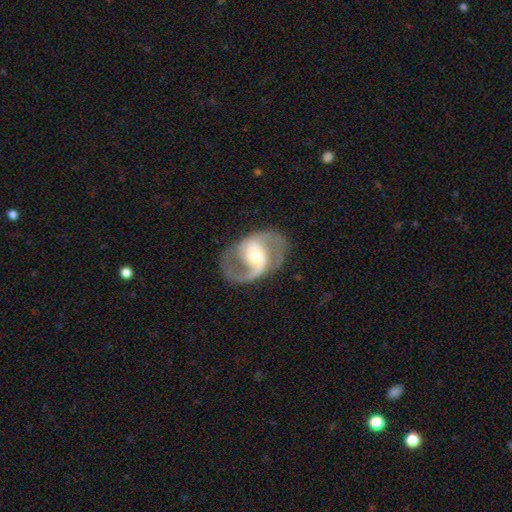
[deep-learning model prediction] A featured or disk galaxy (88%) with a weak bar (40%), 2 (89%) medium (53%) spiral arms (94%) and a moderate central bulge (51%).

Vote fractions:
- Smooth or featured? featured or disk: 88% / smooth: 8% / star or artifact: 5%
- Edge-on disk? no: 97% / yes: 3%
- Bar? weak: 40% / strong: 33% / no: 27%
- Spiral arms? yes: 94% / no: 6%
- Spiral winding? medium: 53% / loose: 35% / tight: 12%
- Spiral arm count? 2: 89% / 1: 5% / can't tell: 3% / 3: 1% / 4: 1% / more than 4: 1%
- Bulge size? moderate: 51% / small: 40% / large: 7% / none: 1% / dominant: 1%
- Merging? none: 77% / minor disturbance: 12% / major disturbance: 9% / merger: 1%